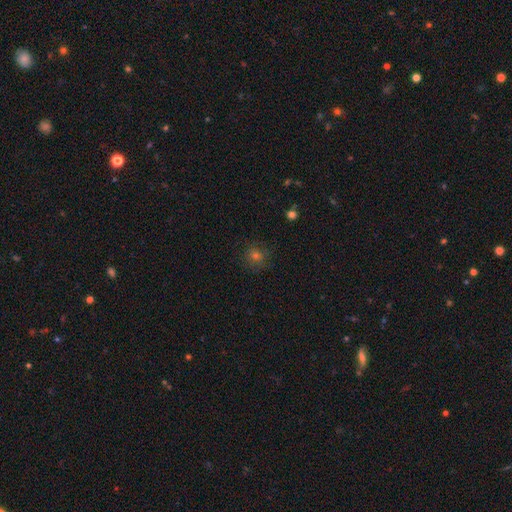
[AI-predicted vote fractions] The model was most divided on "smooth or featured": smooth: 63%, star or artifact: 26%, featured or disk: 11%. More confident: how rounded — round (90%); merging — none (86%).